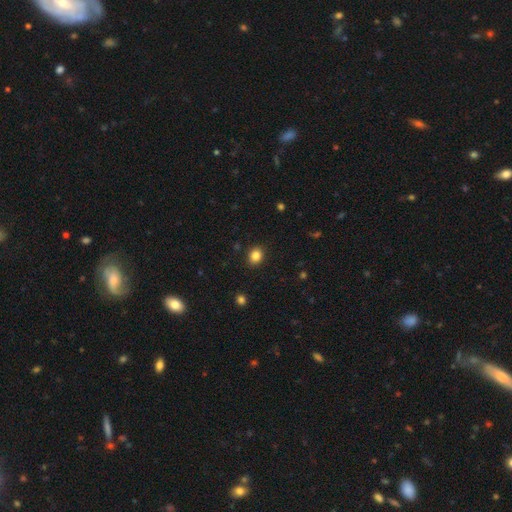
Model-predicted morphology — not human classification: Smooth or featured? Predicted: smooth (p=0.85). How rounded? Predicted: round (p=0.55). Merging? Predicted: none (p=0.89).